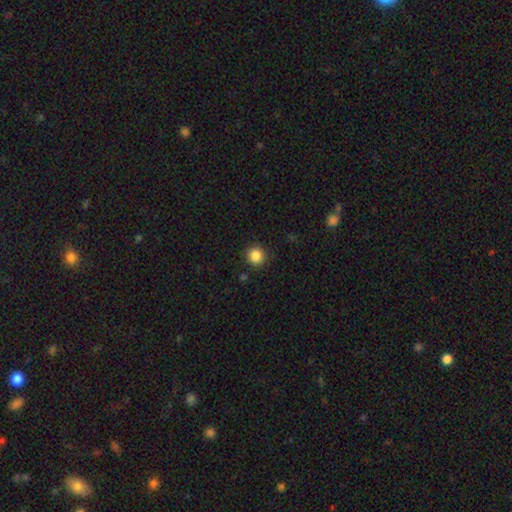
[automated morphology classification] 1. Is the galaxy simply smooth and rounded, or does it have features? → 86% smooth, 10% star or artifact, 4% featured or disk.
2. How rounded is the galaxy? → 92% round, 7% in between, 1% cigar-shaped.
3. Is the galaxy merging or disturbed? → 90% none, 6% minor disturbance, 2% major disturbance, 1% merger.